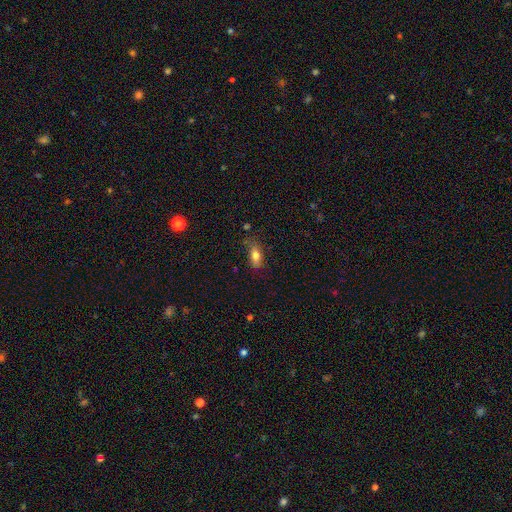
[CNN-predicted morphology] The model was most divided on "merging": none: 68%, minor disturbance: 23%, major disturbance: 6%, merger: 3%. More confident: how rounded — in between (79%); smooth or featured — smooth (76%).